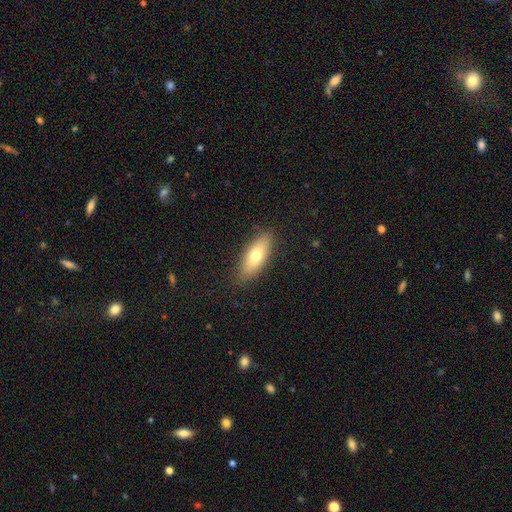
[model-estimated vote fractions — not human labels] This appears to be a smooth galaxy with no disk features (69%) that is in between round and cigar-shaped (71%). Merging: none (86%).